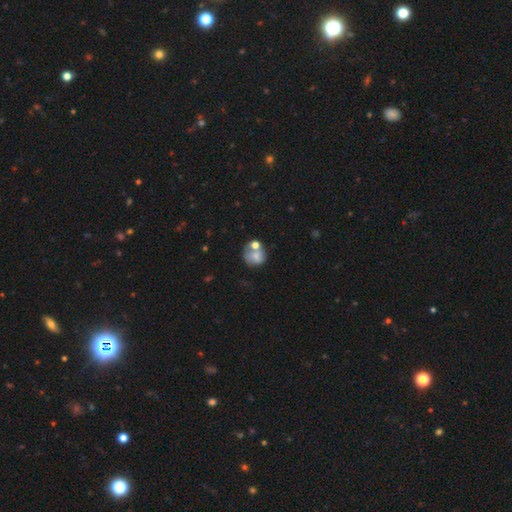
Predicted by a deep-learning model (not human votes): This is likely a smooth galaxy (65%). How rounded: likely round (71%). Merging: marginally merger (38%).